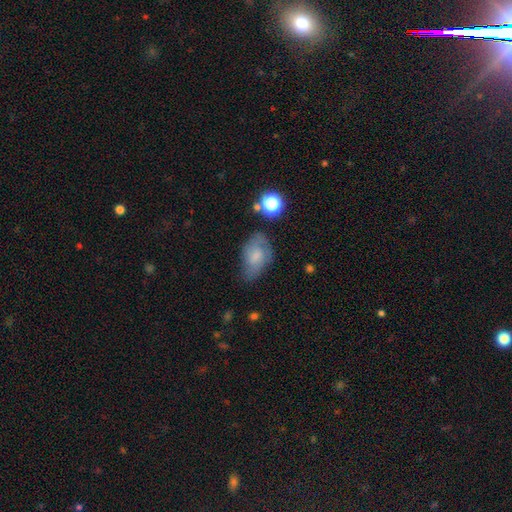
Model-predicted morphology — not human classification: smooth 58%, featured or disk 31%, star or artifact 11%. Down the decision tree: how rounded — in between (87%); merging — none (53%).